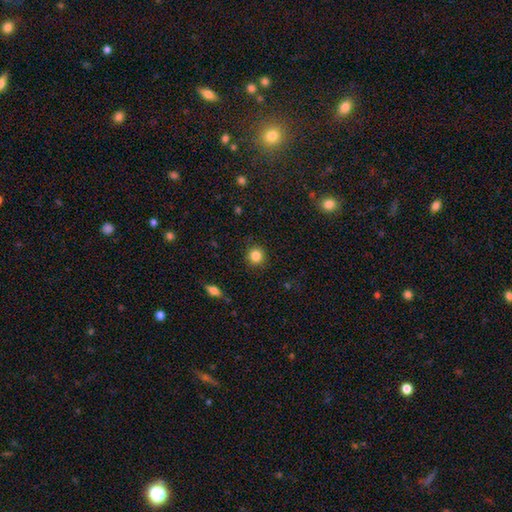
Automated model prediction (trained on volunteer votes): This appears to be a smooth galaxy with no disk features (85%) that is round (92%). Merging: none (90%).